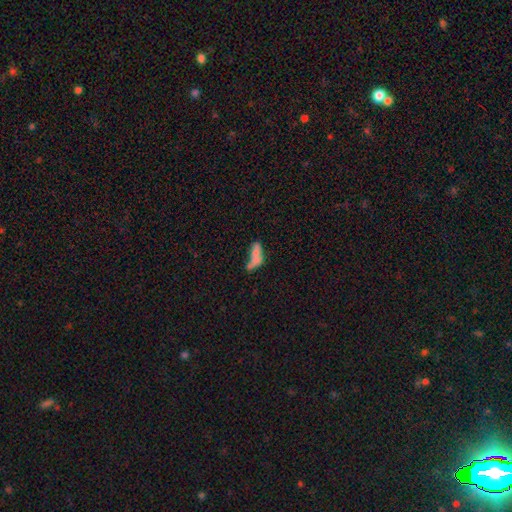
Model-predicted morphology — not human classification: This is possibly a smooth galaxy (56%). How rounded: likely in between (71%). Merging: marginally merger (43%).